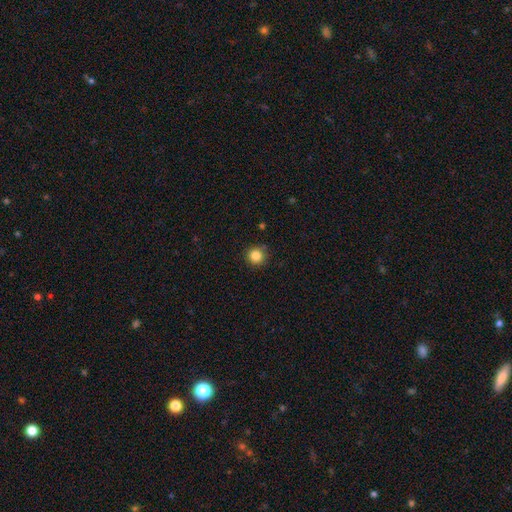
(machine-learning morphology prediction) Smooth or featured: smooth — 85% (star or artifact — 11%)
How rounded: round — 95% (in between — 4%)
Merging: none — 89% (minor disturbance — 7%)